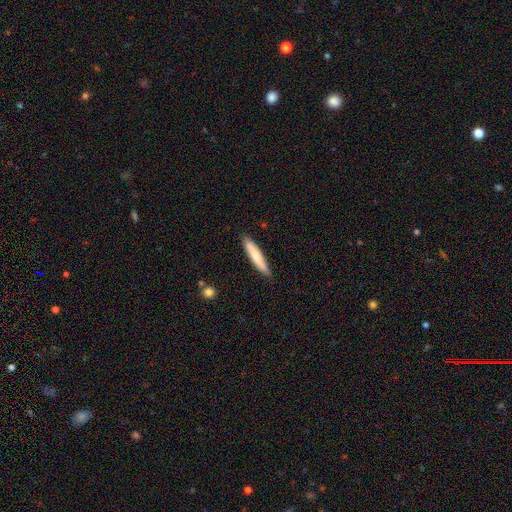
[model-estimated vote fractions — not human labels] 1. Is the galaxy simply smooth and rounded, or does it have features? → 69% smooth, 26% featured or disk, 5% star or artifact.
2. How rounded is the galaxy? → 87% cigar-shaped, 11% in between, 1% round.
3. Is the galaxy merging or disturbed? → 87% none, 10% minor disturbance, 2% major disturbance, 1% merger.